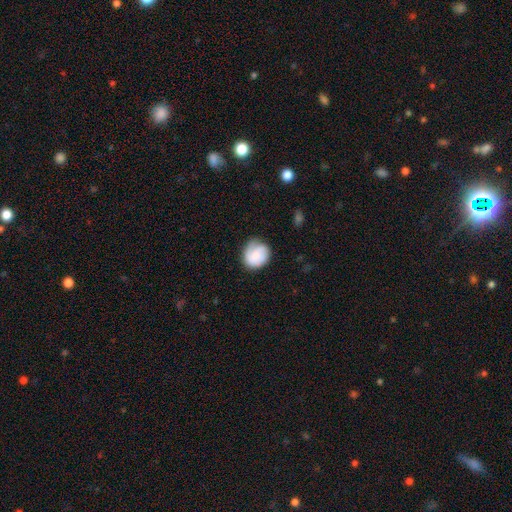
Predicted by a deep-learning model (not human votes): Overall: smooth (69%). How rounded: round (71%). Merging: none (58%; minor disturbance 29%).